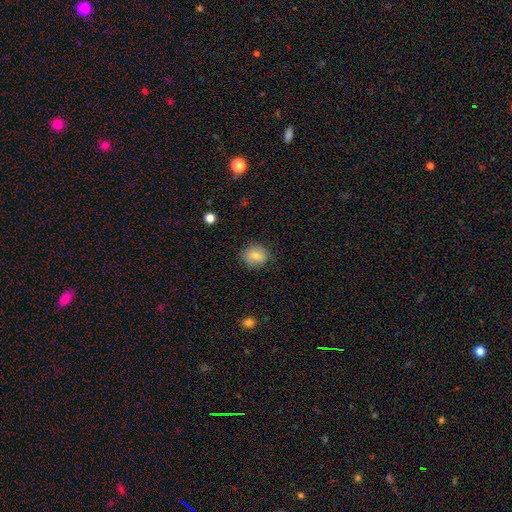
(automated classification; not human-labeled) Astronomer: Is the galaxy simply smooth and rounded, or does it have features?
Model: smooth — 77%.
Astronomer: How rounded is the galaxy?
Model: round — 73%.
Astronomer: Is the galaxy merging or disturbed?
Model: none — 79%.